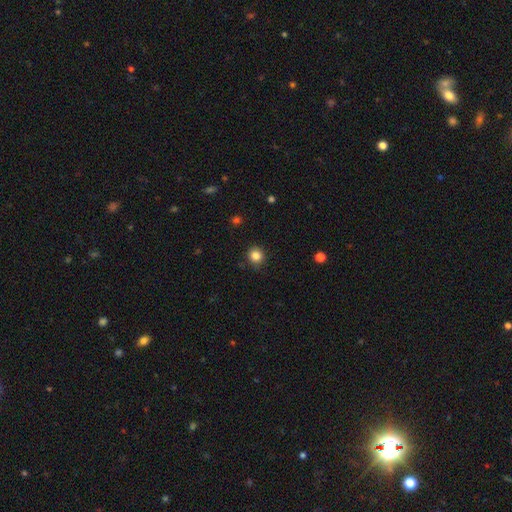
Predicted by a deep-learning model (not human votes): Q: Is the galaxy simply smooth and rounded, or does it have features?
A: smooth — 84%.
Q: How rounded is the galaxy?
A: round — 90%.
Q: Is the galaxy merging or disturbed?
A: none — 89%.